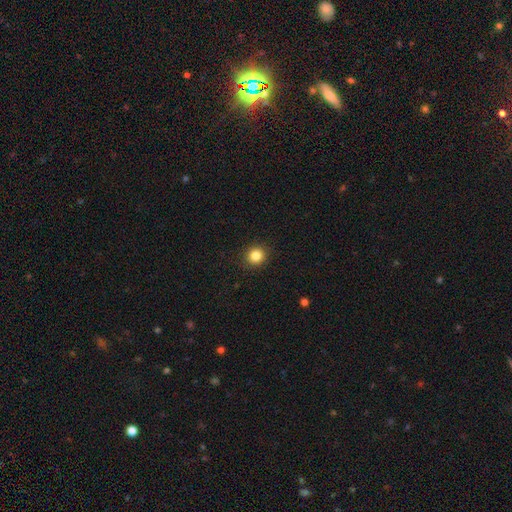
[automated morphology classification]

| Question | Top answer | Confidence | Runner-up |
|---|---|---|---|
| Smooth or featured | smooth | 84% | star or artifact (11%) |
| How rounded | round | 90% | in between (9%) |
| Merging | none | 92% | minor disturbance (5%) |